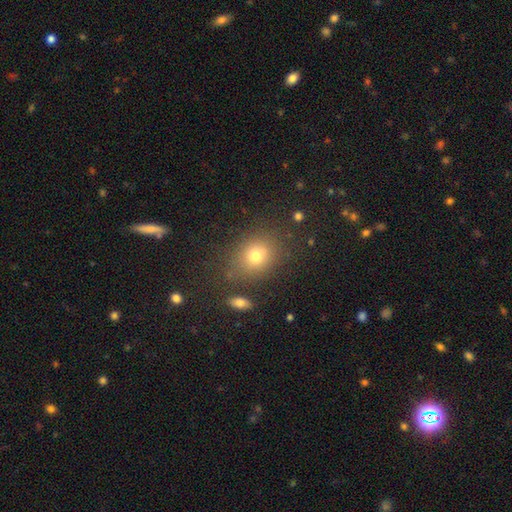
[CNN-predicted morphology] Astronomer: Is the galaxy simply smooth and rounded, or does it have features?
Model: smooth — 73%.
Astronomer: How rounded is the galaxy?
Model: round — 52% (runner-up: in between, 47%).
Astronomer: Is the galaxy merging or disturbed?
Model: none — 78%.